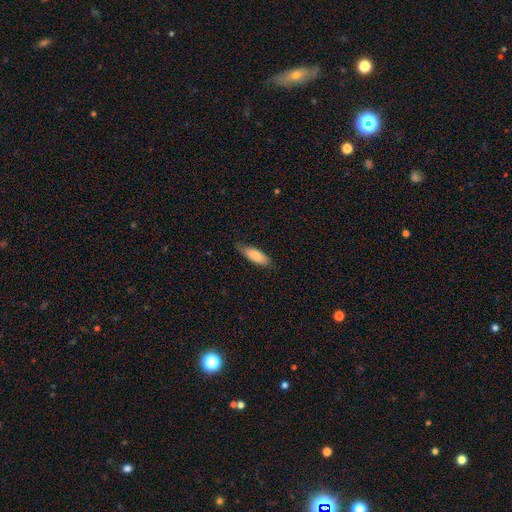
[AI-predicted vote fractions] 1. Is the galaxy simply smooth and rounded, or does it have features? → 84% smooth, 10% featured or disk, 5% star or artifact.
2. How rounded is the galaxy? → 69% in between, 30% cigar-shaped, 2% round.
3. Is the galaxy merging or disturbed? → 73% none, 22% minor disturbance, 3% major disturbance, 1% merger.